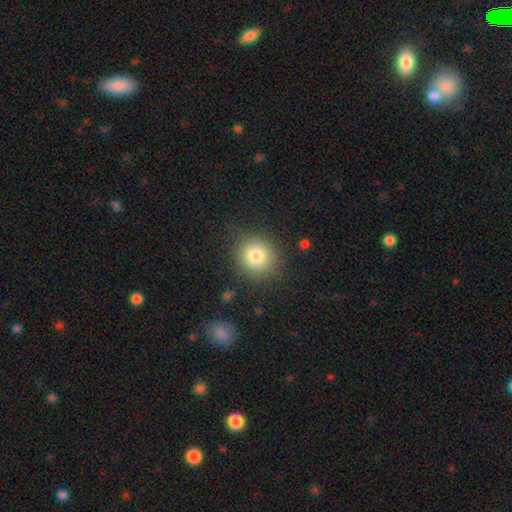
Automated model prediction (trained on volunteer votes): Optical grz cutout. It shows a smooth galaxy with no disk features (81%) that is round (87%). Merging: none (85%).